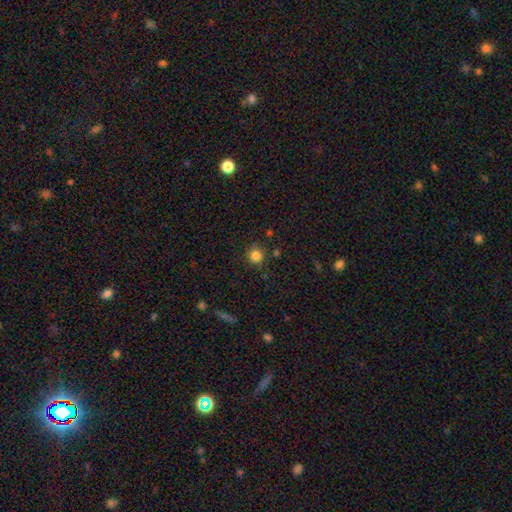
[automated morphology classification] A smooth galaxy with no disk features (83%) that is round (93%). Merging: none (85%).